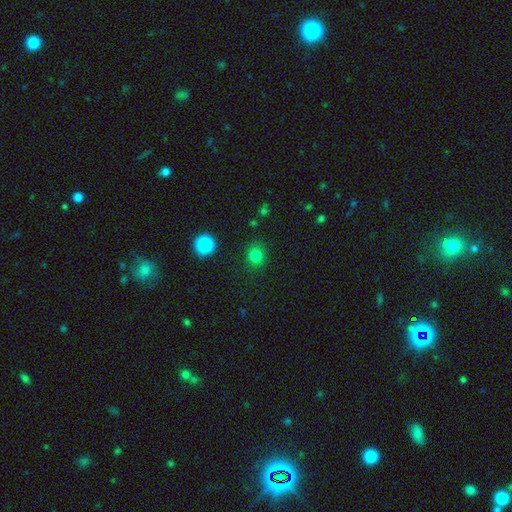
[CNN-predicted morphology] Smooth or featured? Predicted: smooth (p=0.80). How rounded? Predicted: round (p=0.86). Merging? Predicted: none (p=0.88).